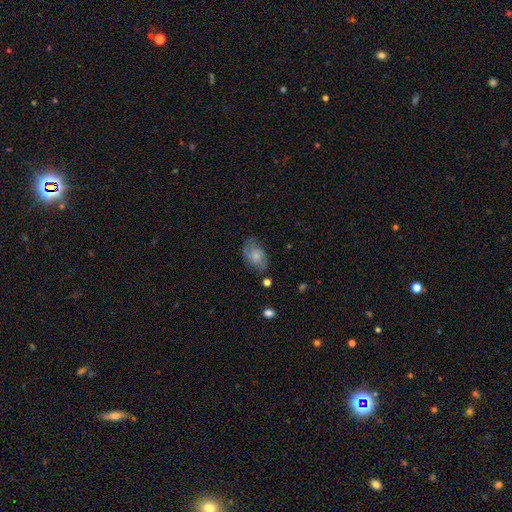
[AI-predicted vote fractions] A smooth galaxy with no disk features (53%) that is in between round and cigar-shaped (85%). Merging: none (66%).